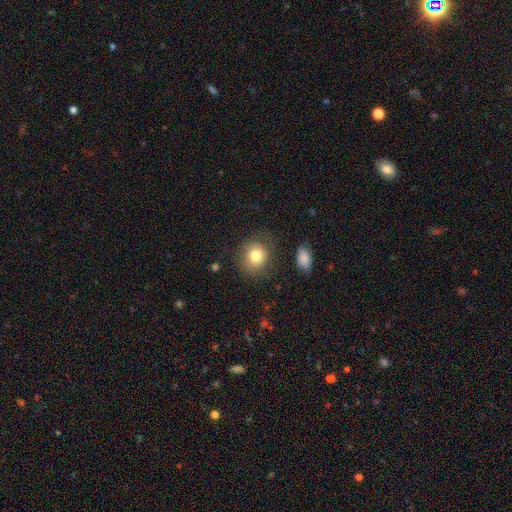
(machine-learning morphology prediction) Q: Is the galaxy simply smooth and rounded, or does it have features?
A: smooth — 81%.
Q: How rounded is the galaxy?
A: round — 77%.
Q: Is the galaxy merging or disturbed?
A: none — 77%.